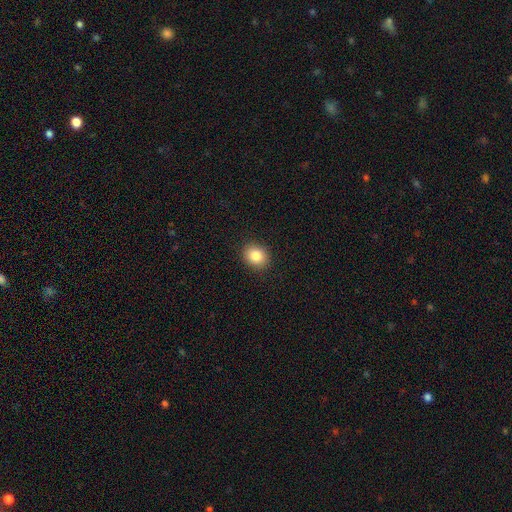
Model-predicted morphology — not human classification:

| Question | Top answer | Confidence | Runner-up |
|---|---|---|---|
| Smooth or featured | smooth | 84% | star or artifact (10%) |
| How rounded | round | 61% | in between (38%) |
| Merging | none | 90% | minor disturbance (7%) |